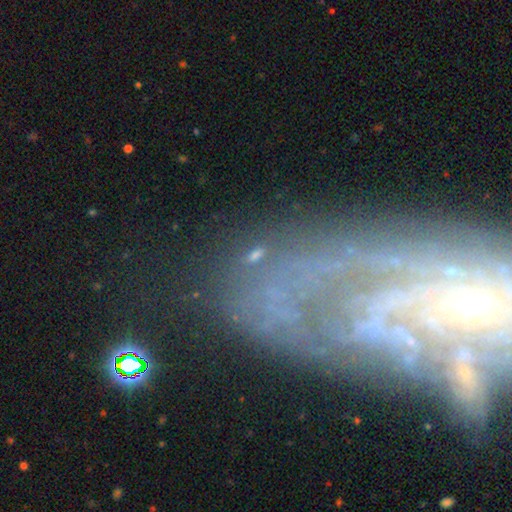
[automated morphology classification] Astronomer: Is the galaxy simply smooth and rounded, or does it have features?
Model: featured or disk — 60%.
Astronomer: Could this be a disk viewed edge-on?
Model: no — 90%.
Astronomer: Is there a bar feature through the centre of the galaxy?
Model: no — 63%.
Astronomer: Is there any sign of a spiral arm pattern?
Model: yes — 58% (runner-up: no, 42%).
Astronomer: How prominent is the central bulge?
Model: none — 32% (runner-up: small, 31%).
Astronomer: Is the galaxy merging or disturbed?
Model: none — 58%.